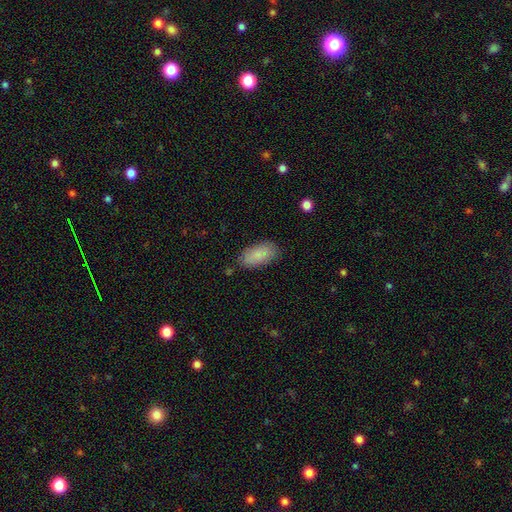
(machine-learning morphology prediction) The model was most divided on "merging": none: 78%, minor disturbance: 15%, major disturbance: 4%, merger: 3%. More confident: how rounded — in between (93%); smooth or featured — smooth (82%).